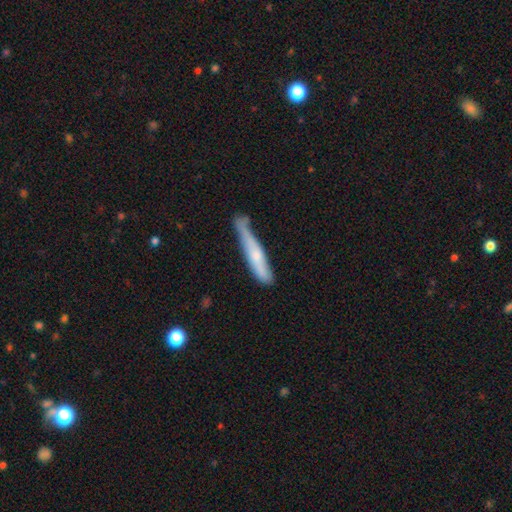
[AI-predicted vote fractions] A smooth galaxy with no disk features (55%) that is cigar-shaped (92%).

Vote fractions:
- Smooth or featured? smooth: 55% / featured or disk: 39% / star or artifact: 6%
- How rounded? cigar-shaped: 92% / in between: 7% / round: 1%
- Merging? none: 49% / minor disturbance: 34% / major disturbance: 10% / merger: 8%